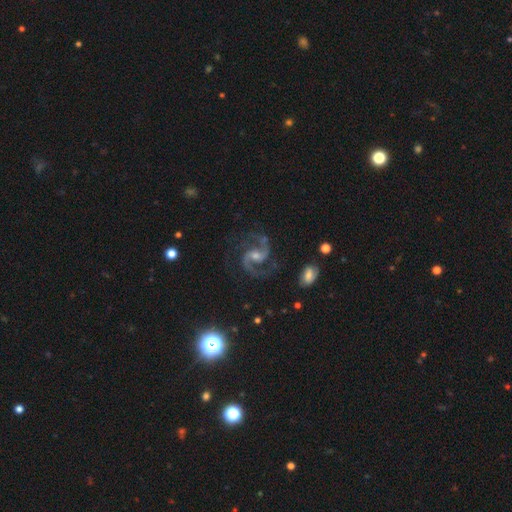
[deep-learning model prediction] Smooth or featured? featured or disk (92%)
Edge-on disk? no (98%)
Bar? weak (46%)
Spiral arms? yes (98%)
Spiral winding? medium (66%)
Spiral arm count? 2 (94%)
Bulge size? small (46%)
Merging? none (79%)